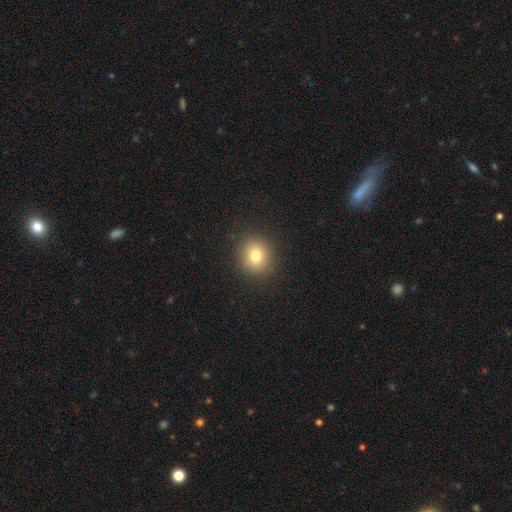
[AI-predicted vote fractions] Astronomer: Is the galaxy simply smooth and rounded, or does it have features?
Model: smooth — 79%.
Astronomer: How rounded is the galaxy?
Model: round — 84%.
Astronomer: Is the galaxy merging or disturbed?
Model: none — 89%.